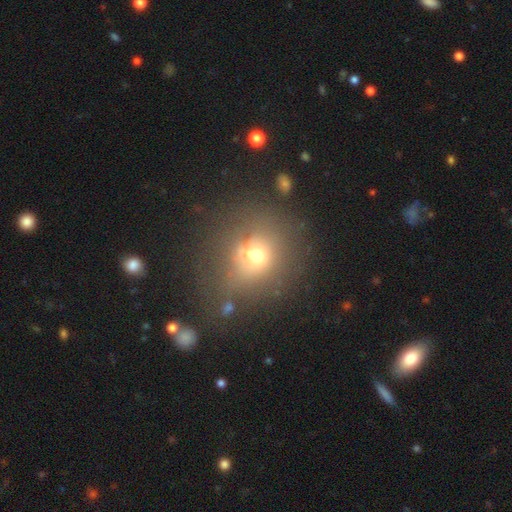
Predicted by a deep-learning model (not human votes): This appears to be a smooth galaxy with no disk features (59%) that is round (76%). Merging: none (54%).